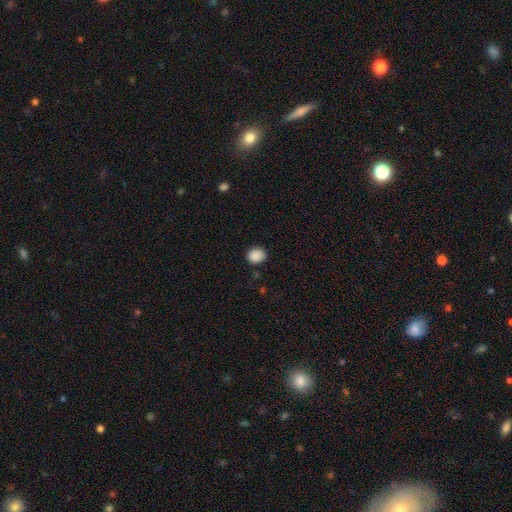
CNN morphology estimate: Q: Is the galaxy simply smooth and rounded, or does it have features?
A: smooth — 89%.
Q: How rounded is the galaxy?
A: round — 69%.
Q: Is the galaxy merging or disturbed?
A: none — 88%.